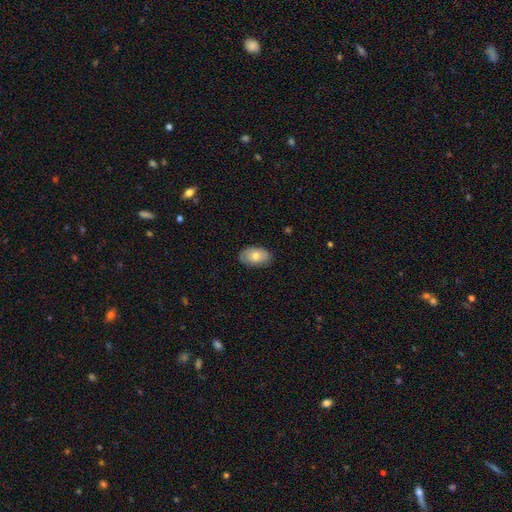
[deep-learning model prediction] smooth_or_featured: smooth (p=0.72) [alt: featured or disk p=0.21]
how_rounded: in between (p=0.91) [alt: round p=0.07]
merging: none (p=0.82) [alt: minor disturbance p=0.15]